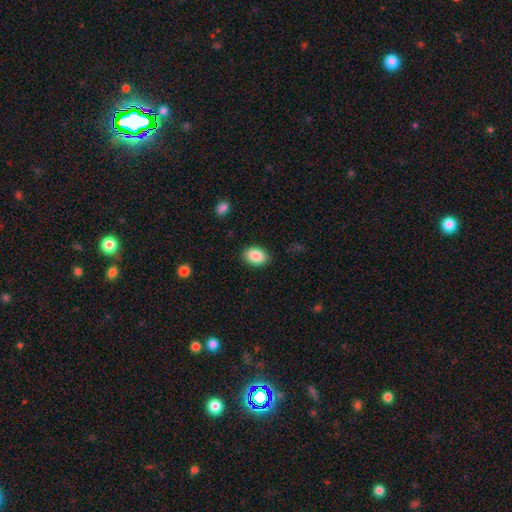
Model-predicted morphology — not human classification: Smooth or featured?
  - smooth: 88% *
  - star or artifact: 7%
  - featured or disk: 4%
How rounded?
  - in between: 81% *
  - round: 18%
  - cigar-shaped: 1%
Merging?
  - none: 87% *
  - minor disturbance: 9%
  - major disturbance: 2%
  - merger: 1%